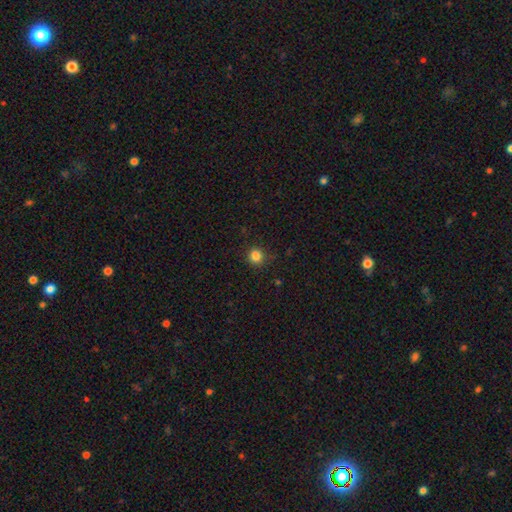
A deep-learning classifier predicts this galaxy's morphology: A smooth galaxy with no disk features (84%) that is round (92%).

Vote fractions:
- Smooth or featured? smooth: 84% / star or artifact: 12% / featured or disk: 3%
- How rounded? round: 92% / in between: 7% / cigar-shaped: 1%
- Merging? none: 88% / minor disturbance: 8% / major disturbance: 2% / merger: 1%